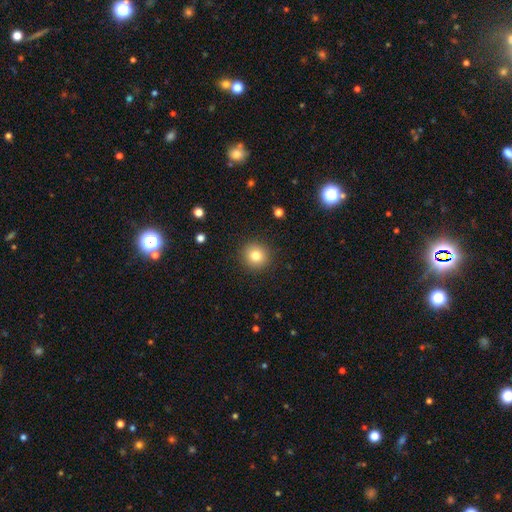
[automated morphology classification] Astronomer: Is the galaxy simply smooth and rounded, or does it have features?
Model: smooth — 80%.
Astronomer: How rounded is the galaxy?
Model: round — 93%.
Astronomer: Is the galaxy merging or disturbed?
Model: none — 91%.